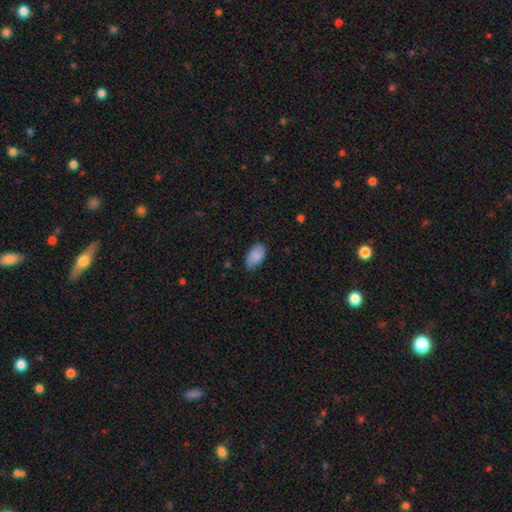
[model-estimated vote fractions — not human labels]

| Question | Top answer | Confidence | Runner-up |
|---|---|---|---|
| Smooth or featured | smooth | 84% | featured or disk (9%) |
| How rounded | in between | 94% | round (4%) |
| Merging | none | 67% | minor disturbance (27%) |